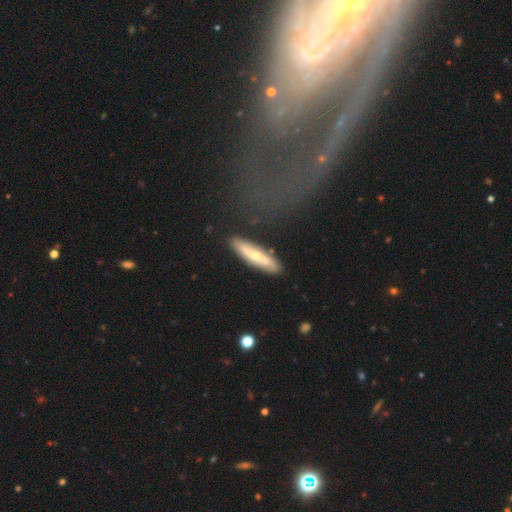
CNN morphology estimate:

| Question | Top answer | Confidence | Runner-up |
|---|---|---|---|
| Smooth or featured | featured or disk | 51% | smooth (43%) |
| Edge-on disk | yes | 62% | no (38%) |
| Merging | none | 85% | minor disturbance (10%) |